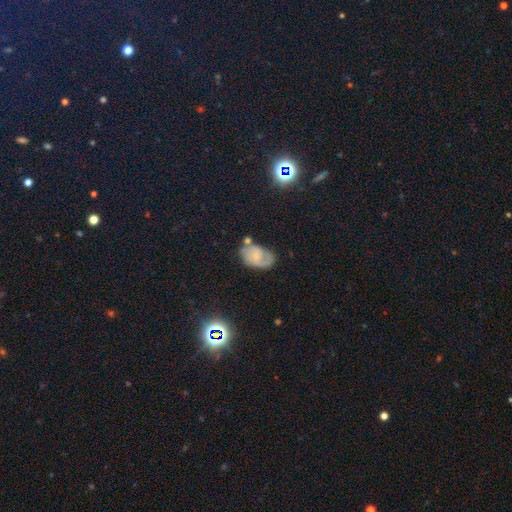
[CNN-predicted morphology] The model was most divided on "smooth or featured": featured or disk: 52%, smooth: 36%, star or artifact: 12%. More confident: edge-on disk — no (97%); spiral arms — yes (80%); bar — no (63%); merging — none (53%); bulge size — small (52%).